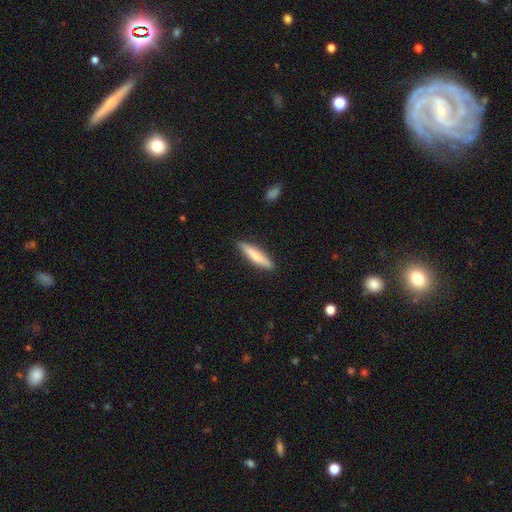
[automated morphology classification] Smooth or featured? smooth (72%)
How rounded? cigar-shaped (84%)
Merging? none (87%)